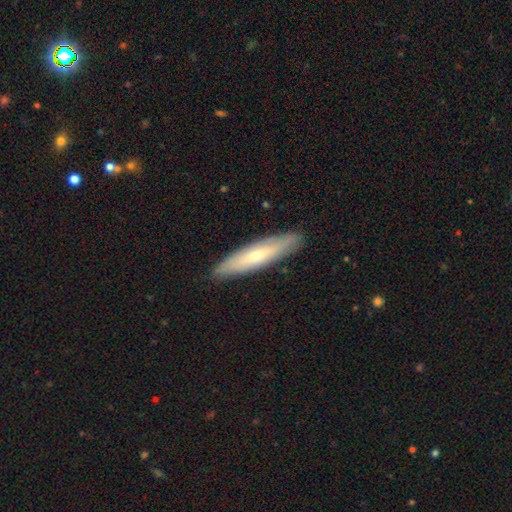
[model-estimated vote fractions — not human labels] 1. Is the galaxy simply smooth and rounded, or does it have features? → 55% smooth, 40% featured or disk, 6% star or artifact.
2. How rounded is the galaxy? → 83% cigar-shaped, 16% in between, 1% round.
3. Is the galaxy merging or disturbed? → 88% none, 9% minor disturbance, 2% major disturbance, 1% merger.